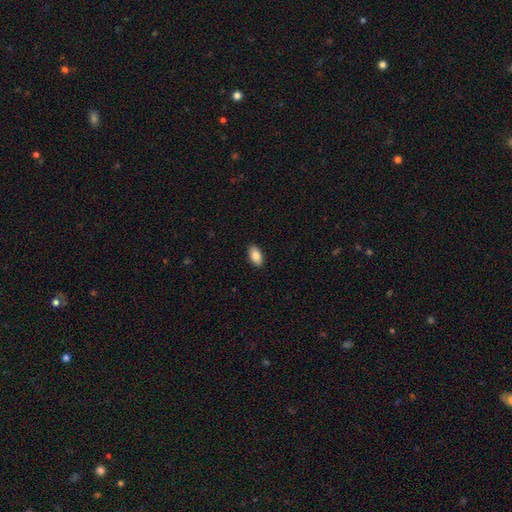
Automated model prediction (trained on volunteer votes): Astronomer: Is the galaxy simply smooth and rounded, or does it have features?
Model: smooth — 86%.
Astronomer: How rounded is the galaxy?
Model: in between — 94%.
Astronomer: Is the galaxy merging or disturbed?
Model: none — 90%.